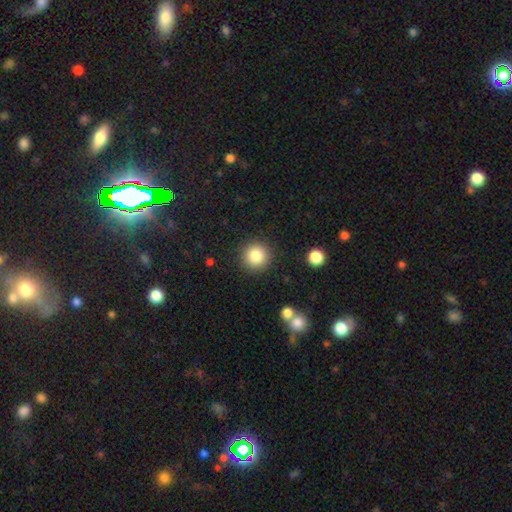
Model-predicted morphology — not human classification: smooth-or-featured: smooth: 83% | star or artifact: 10% | featured or disk: 7%
  how-rounded: round: 95% | in between: 5% | cigar-shaped: 1%
  merging: none: 89% | minor disturbance: 6% | major disturbance: 2% | merger: 2%